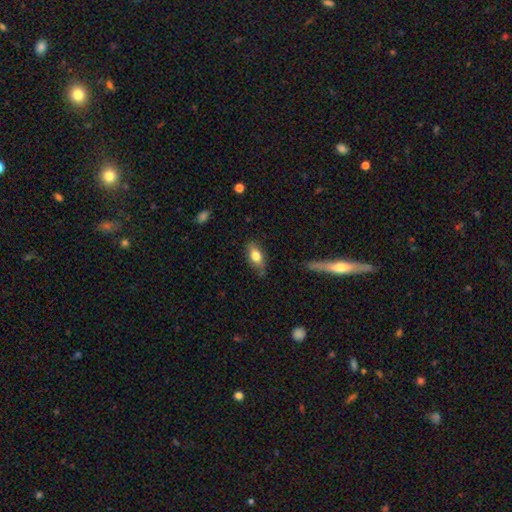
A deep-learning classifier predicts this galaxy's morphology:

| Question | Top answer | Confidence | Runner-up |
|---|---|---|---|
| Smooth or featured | smooth | 75% | featured or disk (17%) |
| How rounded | in between | 85% | cigar-shaped (8%) |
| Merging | none | 72% | minor disturbance (21%) |